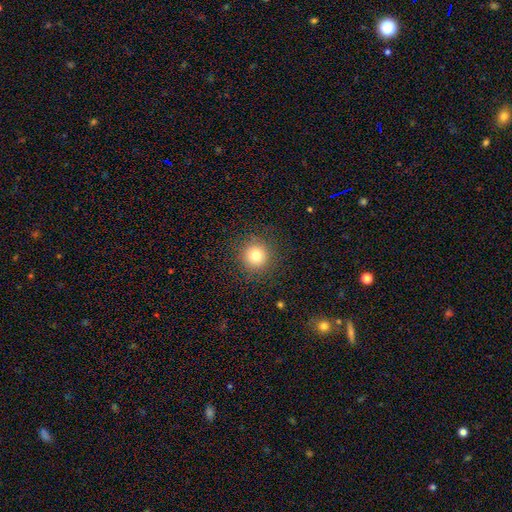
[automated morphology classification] smooth_or_featured: smooth (p=0.78) [alt: star or artifact p=0.14]
how_rounded: round (p=0.95) [alt: in between p=0.04]
merging: none (p=0.90) [alt: minor disturbance p=0.06]